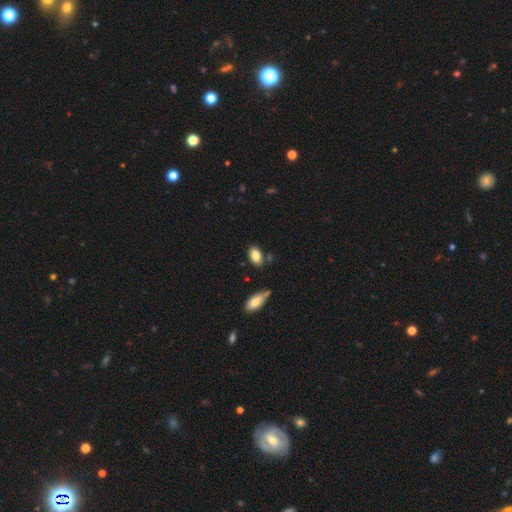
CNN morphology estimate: A smooth galaxy with no disk features (83%) that is in between round and cigar-shaped (92%).

Vote fractions:
- Smooth or featured? smooth: 83% / featured or disk: 9% / star or artifact: 7%
- How rounded? in between: 92% / round: 6% / cigar-shaped: 3%
- Merging? none: 76% / minor disturbance: 15% / merger: 6% / major disturbance: 3%